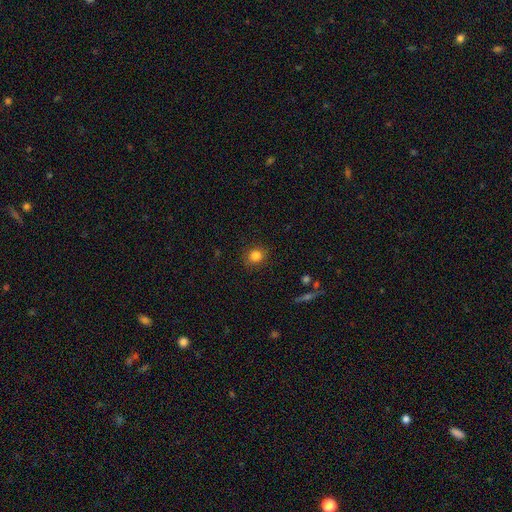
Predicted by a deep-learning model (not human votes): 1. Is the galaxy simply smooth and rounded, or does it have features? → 83% smooth, 11% star or artifact, 5% featured or disk.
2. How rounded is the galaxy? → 82% round, 17% in between, 1% cigar-shaped.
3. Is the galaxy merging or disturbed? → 88% none, 8% minor disturbance, 2% major disturbance, 1% merger.